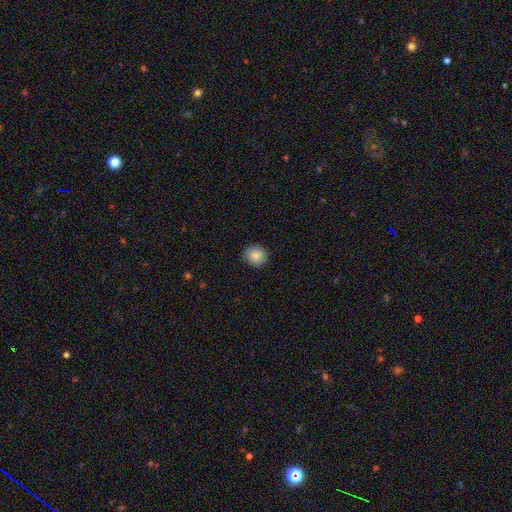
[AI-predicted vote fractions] smooth_or_featured: smooth (p=0.85) [alt: star or artifact p=0.09]
how_rounded: round (p=0.86) [alt: in between p=0.13]
merging: none (p=0.89) [alt: minor disturbance p=0.08]